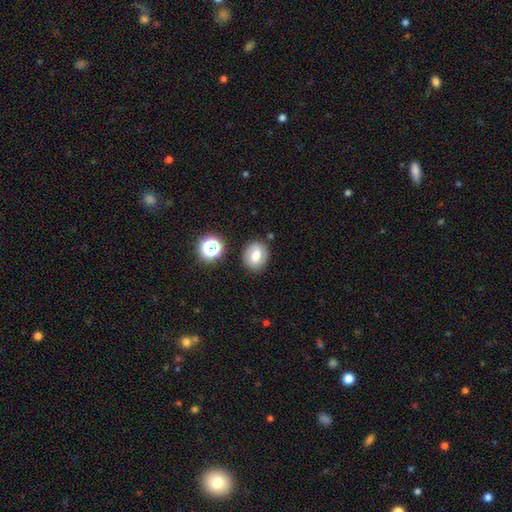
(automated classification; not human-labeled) The model was most divided on "how rounded": round: 61%, in between: 38%, cigar-shaped: 1%. More confident: merging — none (83%); smooth or featured — smooth (69%).